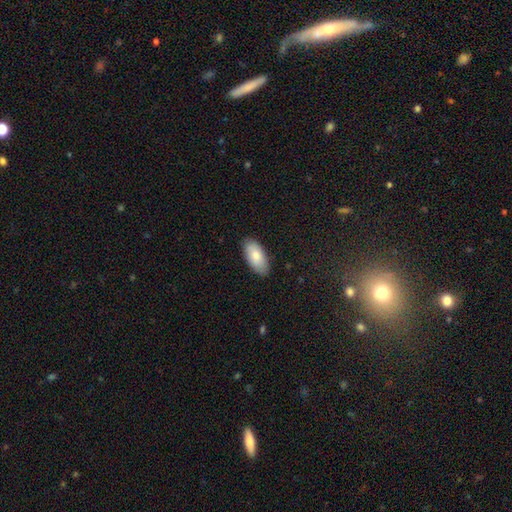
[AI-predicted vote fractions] Q: Smooth or featured?
A: smooth (81%); runner-up: featured or disk (14%)
Q: How rounded?
A: in between (93%); runner-up: cigar-shaped (5%)
Q: Merging?
A: none (86%); runner-up: minor disturbance (11%)